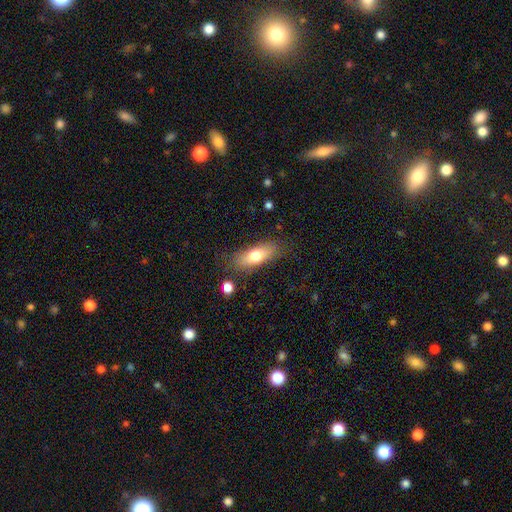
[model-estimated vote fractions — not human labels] Morphology: type=smooth (72%); roundness=in between (69%); merging=none (79%).